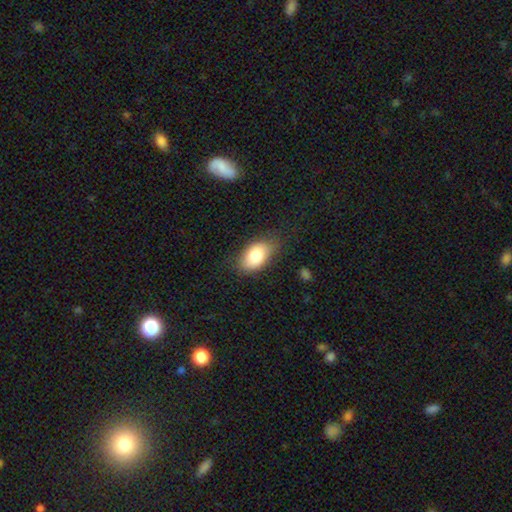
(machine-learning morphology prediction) Smooth or featured? smooth (82%)
How rounded? in between (90%)
Merging? none (72%)